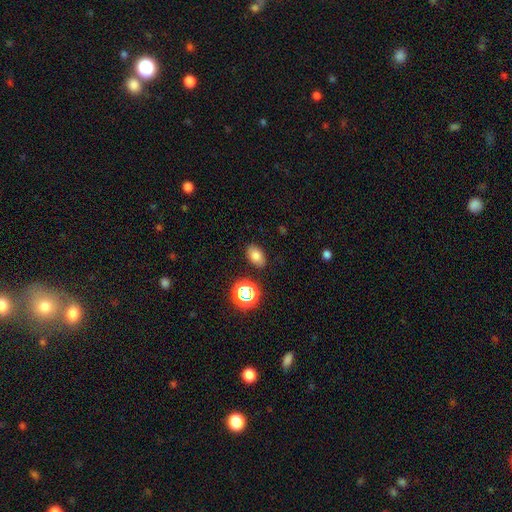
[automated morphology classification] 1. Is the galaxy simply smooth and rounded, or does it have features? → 76% smooth, 15% star or artifact, 9% featured or disk.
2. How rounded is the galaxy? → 84% in between, 14% round, 1% cigar-shaped.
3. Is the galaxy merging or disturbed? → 85% none, 10% minor disturbance, 3% major disturbance, 2% merger.